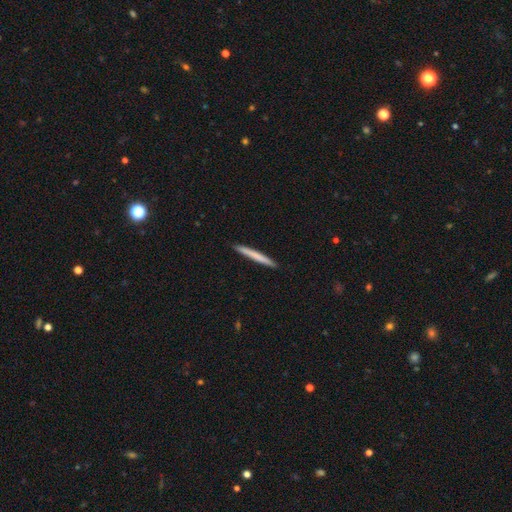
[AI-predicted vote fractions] smooth_or_featured: smooth (p=0.67) [alt: featured or disk p=0.28]
how_rounded: cigar-shaped (p=0.97) [alt: in between p=0.02]
merging: none (p=0.93) [alt: minor disturbance p=0.05]